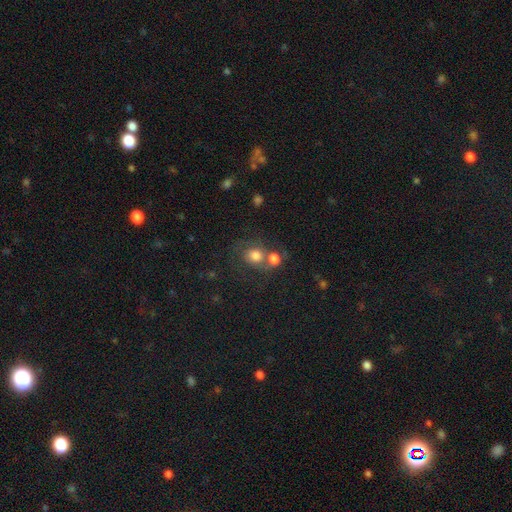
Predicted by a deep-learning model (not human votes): This appears to be a smooth galaxy with no disk features (72%) that is round (75%). Merging: merger (45%).